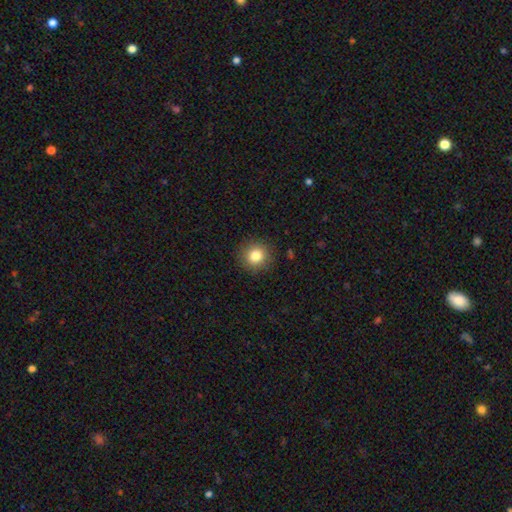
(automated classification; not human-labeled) Smooth or featured?
  - smooth: 82% *
  - star or artifact: 11%
  - featured or disk: 7%
How rounded?
  - round: 93% *
  - in between: 7%
  - cigar-shaped: 1%
Merging?
  - none: 90% *
  - minor disturbance: 7%
  - major disturbance: 2%
  - merger: 1%